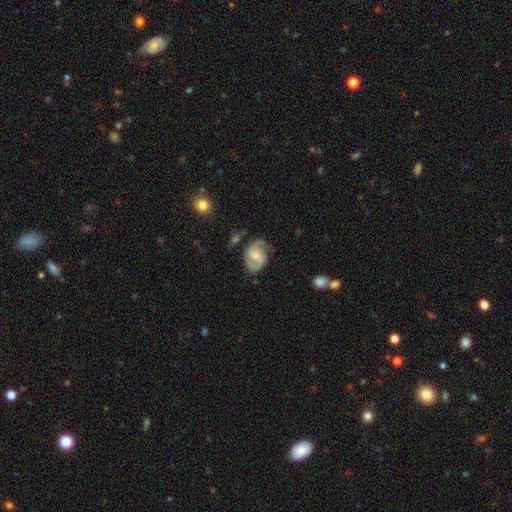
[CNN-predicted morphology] Smooth or featured: featured or disk — 86% (smooth — 9%)
Edge-on disk: no — 98% (yes — 2%)
Bar: weak — 48% (no — 37%)
Spiral arms: yes — 97% (no — 3%)
Spiral winding: medium — 56% (tight — 28%)
Spiral arm count: 2 — 90% (can't tell — 4%)
Bulge size: small — 47% (moderate — 30%)
Merging: none — 70% (minor disturbance — 19%)